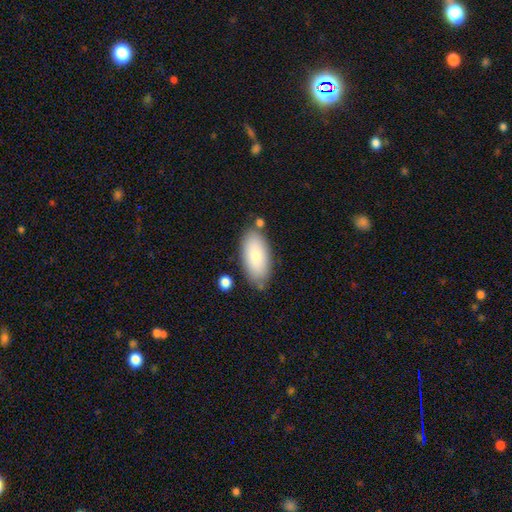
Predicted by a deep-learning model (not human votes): smooth-or-featured: smooth: 78% | featured or disk: 16% | star or artifact: 6%
  how-rounded: in between: 92% | cigar-shaped: 5% | round: 3%
  merging: none: 76% | minor disturbance: 16% | merger: 5% | major disturbance: 3%